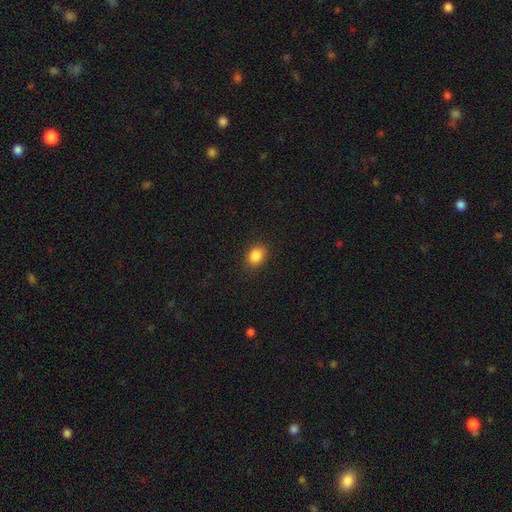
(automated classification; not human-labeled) smooth-or-featured: smooth: 87% | star or artifact: 9% | featured or disk: 4%
  how-rounded: in between: 64% | round: 35% | cigar-shaped: 1%
  merging: none: 88% | minor disturbance: 8% | major disturbance: 2% | merger: 1%